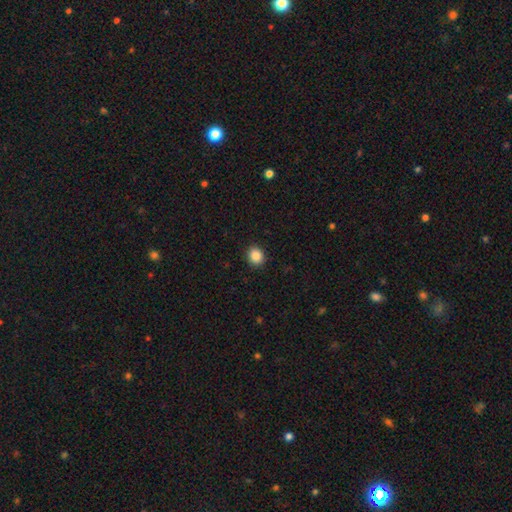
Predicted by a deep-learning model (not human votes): The model was most divided on "how rounded": round: 74%, in between: 26%, cigar-shaped: 1%. More confident: merging — none (91%); smooth or featured — smooth (87%).